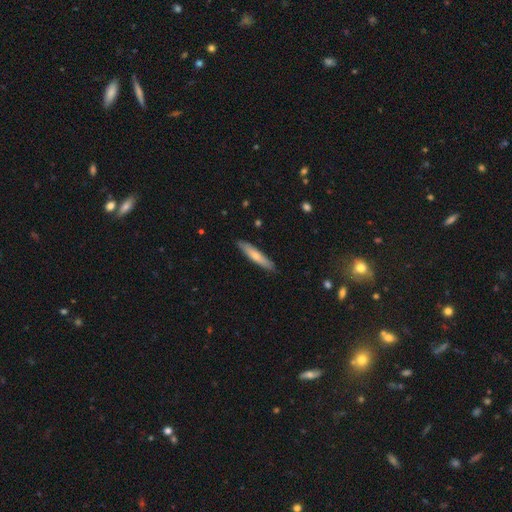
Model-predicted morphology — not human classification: This is likely a smooth galaxy (63%). How rounded: clearly cigar-shaped (87%). Merging: clearly none (88%).